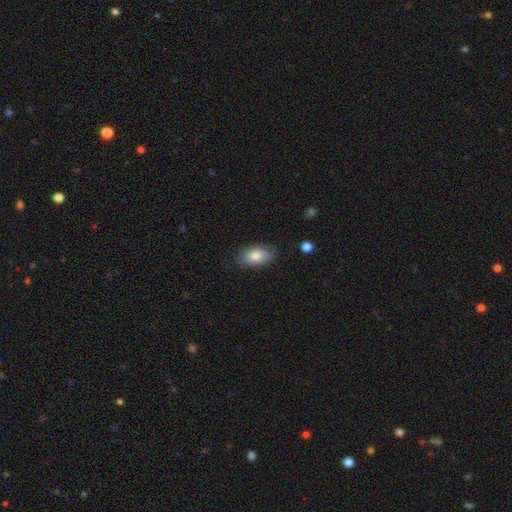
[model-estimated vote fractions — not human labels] smooth-or-featured: smooth: 80% | featured or disk: 13% | star or artifact: 7%
  how-rounded: in between: 92% | round: 6% | cigar-shaped: 2%
  merging: none: 80% | minor disturbance: 15% | major disturbance: 3% | merger: 1%